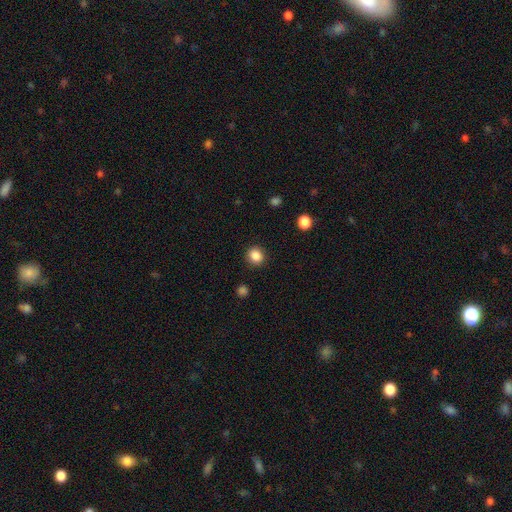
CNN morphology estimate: Smooth or featured: smooth — 87% (star or artifact — 10%)
How rounded: round — 87% (in between — 12%)
Merging: none — 90% (minor disturbance — 6%)